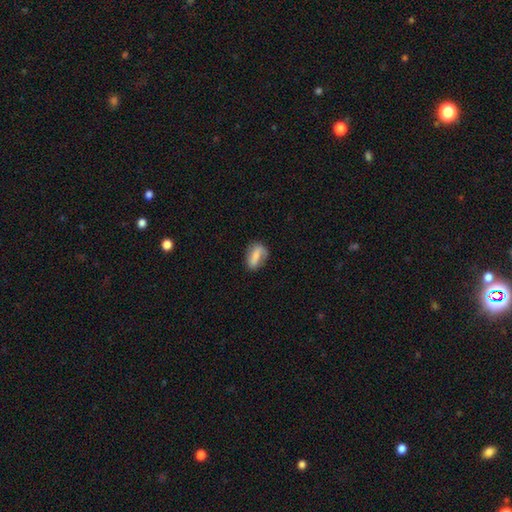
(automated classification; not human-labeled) Smooth or featured? Predicted: smooth (p=0.64). How rounded? Predicted: in between (p=0.79). Merging? Predicted: none (p=0.66).